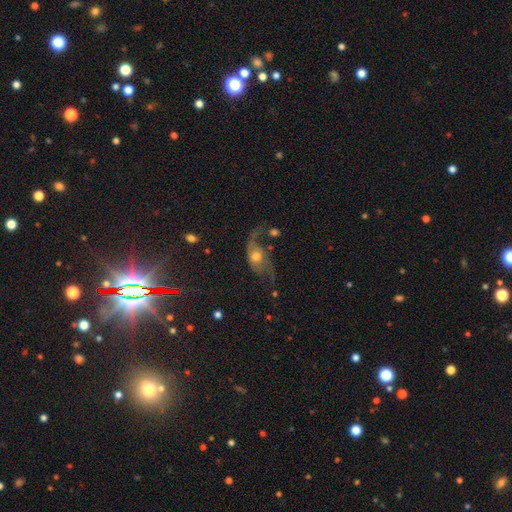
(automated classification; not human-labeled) smooth_or_featured: featured or disk (p=0.62) [alt: smooth p=0.29]
disk_edge_on: no (p=0.93) [alt: yes p=0.07]
bar: no (p=0.76) [alt: weak p=0.20]
has_spiral_arms: yes (p=0.80) [alt: no p=0.20]
bulge_size: moderate (p=0.64) [alt: small p=0.18]
merging: major disturbance (p=0.38) [alt: none p=0.32]